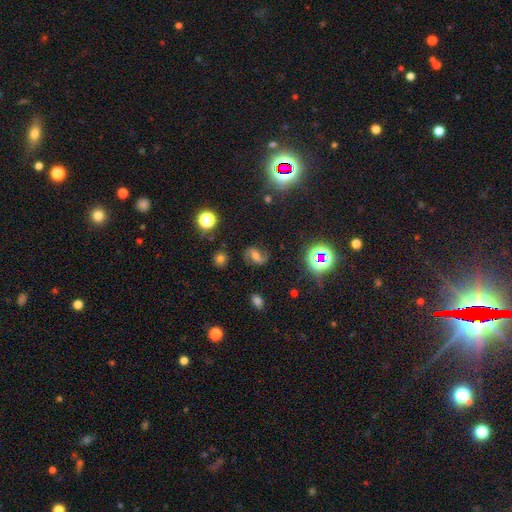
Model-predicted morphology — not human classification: The model was most divided on "spiral winding": medium: 44%, loose: 42%, tight: 14%. Remaining: edge-on disk — no (96%); spiral arm count — 2 (91%); spiral arms — yes (90%); merging — none (79%); smooth or featured — featured or disk (63%); bulge size — moderate (55%); bar — weak (40%).